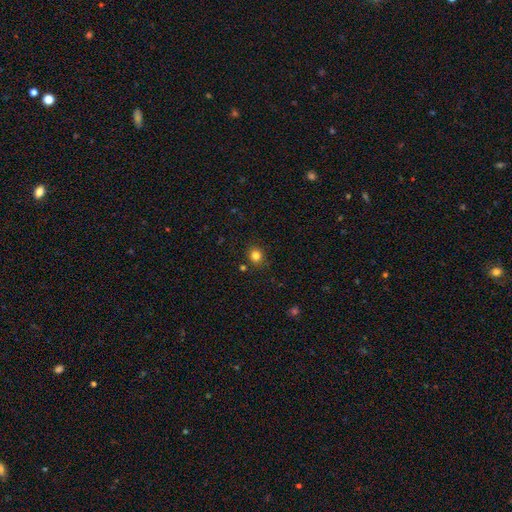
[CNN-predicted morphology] Q: Smooth or featured?
A: smooth (82%); runner-up: star or artifact (13%)
Q: How rounded?
A: round (82%); runner-up: in between (18%)
Q: Merging?
A: none (86%); runner-up: minor disturbance (8%)